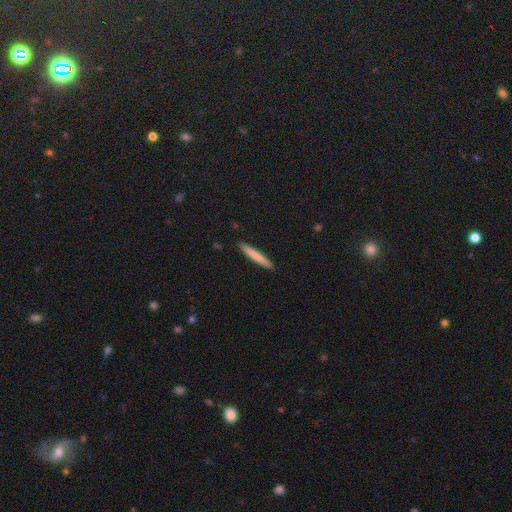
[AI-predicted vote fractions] Q: Smooth or featured?
A: smooth (74%); runner-up: featured or disk (21%)
Q: How rounded?
A: cigar-shaped (96%); runner-up: in between (3%)
Q: Merging?
A: none (92%); runner-up: minor disturbance (6%)